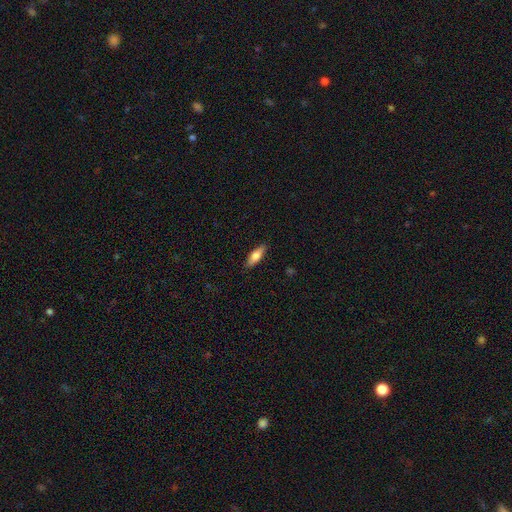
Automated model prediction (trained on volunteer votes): Morphology: type=smooth (71%); roundness=in between (55%); merging=none (88%).